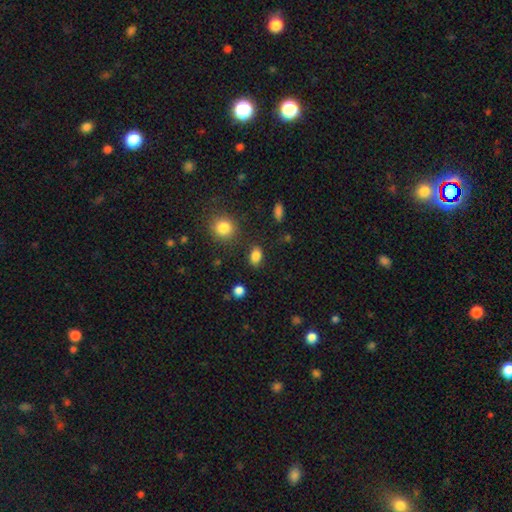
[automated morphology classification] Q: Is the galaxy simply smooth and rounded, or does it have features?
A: smooth — 84%.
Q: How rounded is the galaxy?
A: in between — 78%.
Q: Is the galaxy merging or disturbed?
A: none — 80%.